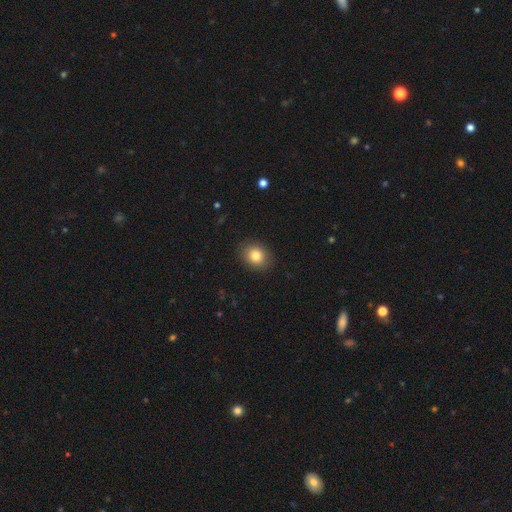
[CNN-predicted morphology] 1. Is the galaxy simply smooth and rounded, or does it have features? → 82% smooth, 10% star or artifact, 8% featured or disk.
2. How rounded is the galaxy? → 54% round, 45% in between, 1% cigar-shaped.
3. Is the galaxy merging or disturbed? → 88% none, 9% minor disturbance, 2% major disturbance, 1% merger.